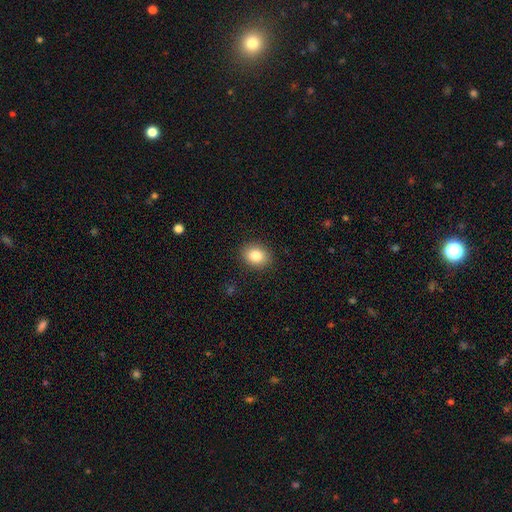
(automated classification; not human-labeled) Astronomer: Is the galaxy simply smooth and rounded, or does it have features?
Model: smooth — 85%.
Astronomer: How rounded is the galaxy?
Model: in between — 56% (runner-up: round, 43%).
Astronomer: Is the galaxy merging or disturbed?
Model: none — 89%.